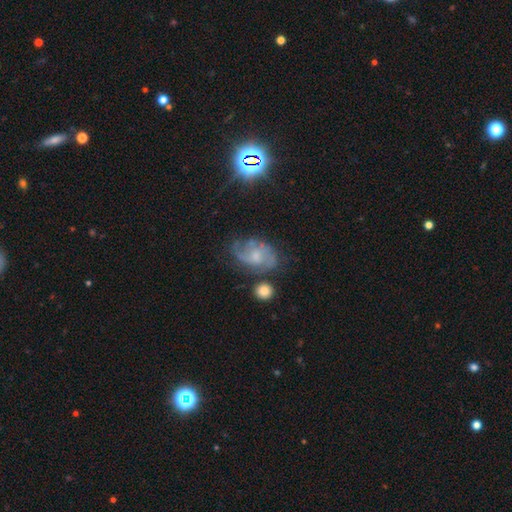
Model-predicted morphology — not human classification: A featured or disk galaxy (67%) with no bar (59%), 2 (56%) medium (47%) spiral arms (85%) and a small central bulge (37%). Merging: none (53%).